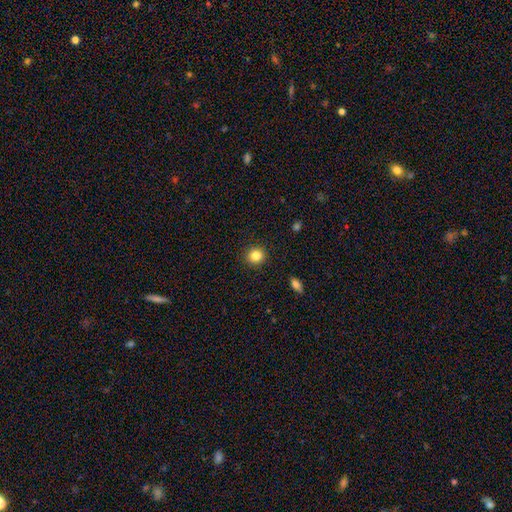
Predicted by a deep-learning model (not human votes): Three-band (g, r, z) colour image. It shows a smooth galaxy with no disk features (84%) that is round (88%). Merging: none (91%).